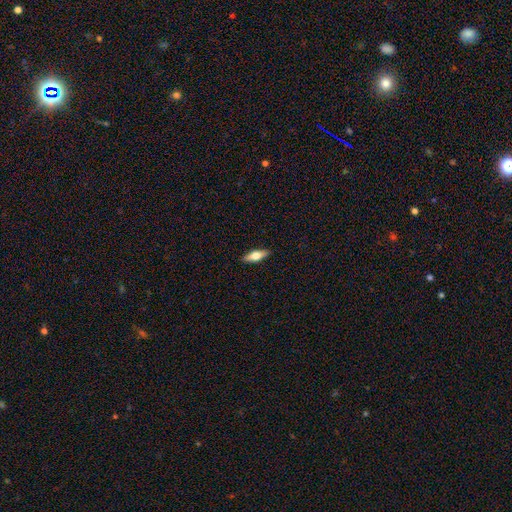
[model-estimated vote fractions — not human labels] Smooth or featured: smooth — 53% (featured or disk — 41%)
How rounded: in between — 54% (cigar-shaped — 43%)
Merging: none — 90% (minor disturbance — 8%)